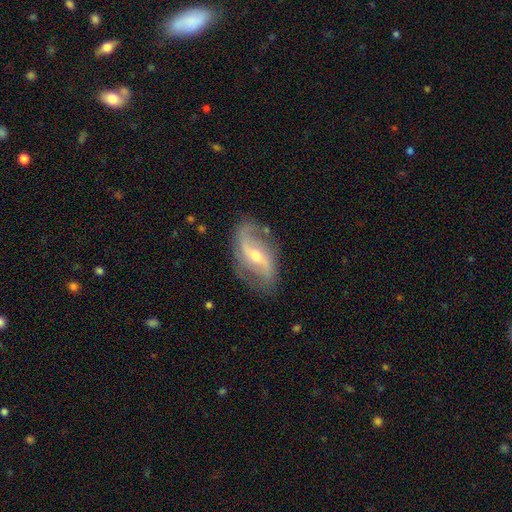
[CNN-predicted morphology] Smooth or featured? featured or disk (86%)
Edge-on disk? no (95%)
Bar? weak (44%)
Spiral arms? yes (94%)
Spiral winding? loose (61%)
Spiral arm count? 2 (87%)
Bulge size? moderate (53%)
Merging? none (75%)